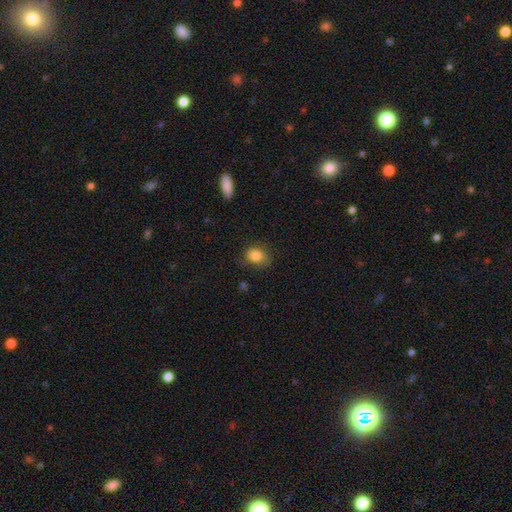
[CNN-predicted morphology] Smooth or featured?
  - smooth: 84% *
  - star or artifact: 9%
  - featured or disk: 6%
How rounded?
  - in between: 52% *
  - round: 47%
  - cigar-shaped: 1%
Merging?
  - none: 68% *
  - minor disturbance: 23%
  - major disturbance: 7%
  - merger: 2%